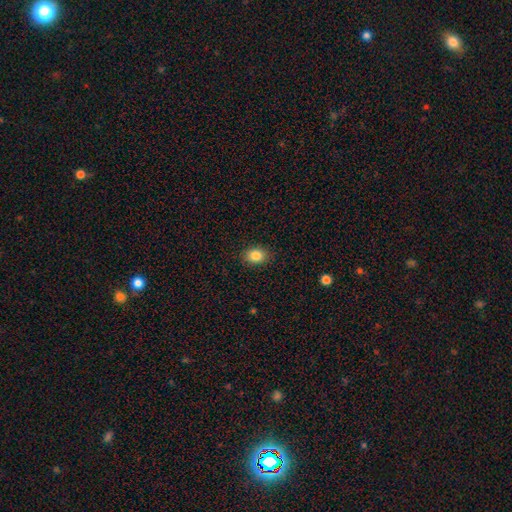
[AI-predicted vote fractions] smooth-or-featured: smooth: 85% | star or artifact: 9% | featured or disk: 5%
  how-rounded: in between: 61% | round: 38% | cigar-shaped: 1%
  merging: none: 88% | minor disturbance: 9% | major disturbance: 2% | merger: 1%